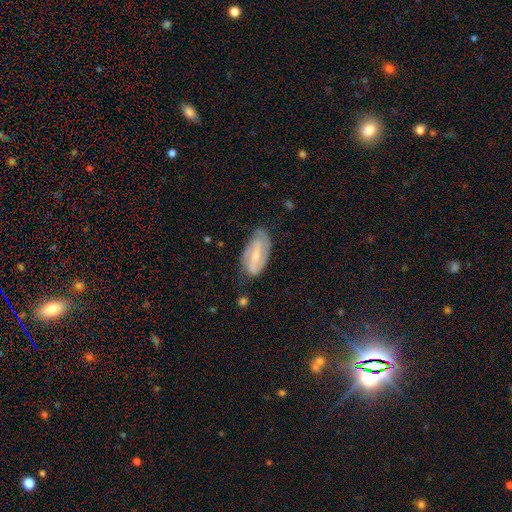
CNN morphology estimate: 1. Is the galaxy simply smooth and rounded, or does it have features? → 74% featured or disk, 20% smooth, 6% star or artifact.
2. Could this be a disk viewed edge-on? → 94% no, 6% yes.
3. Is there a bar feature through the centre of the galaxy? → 43% strong, 40% weak, 17% no.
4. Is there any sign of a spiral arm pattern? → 91% yes, 9% no.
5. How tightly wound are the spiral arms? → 42% medium, 36% tight, 22% loose.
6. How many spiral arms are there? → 80% 2, 11% can't tell, 3% 3, 3% 1, 1% 4, 1% more than 4.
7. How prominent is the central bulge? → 60% small, 30% moderate, 7% none, 2% large, 1% dominant.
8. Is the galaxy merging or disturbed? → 69% none, 23% minor disturbance, 6% major disturbance, 2% merger.